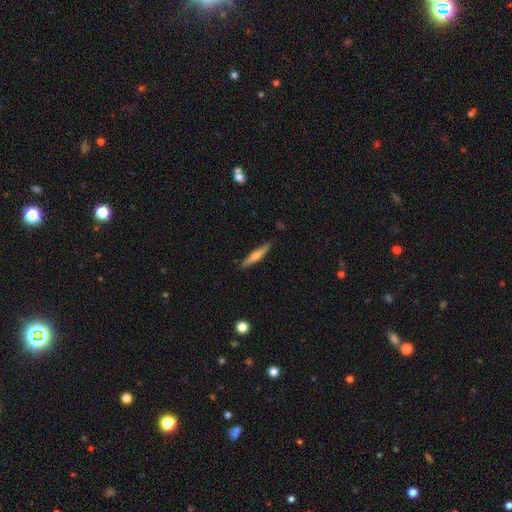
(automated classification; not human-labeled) Smooth or featured?
  - featured or disk: 47% * (tied)
  - smooth: 47% * (tied)
  - star or artifact: 6%
Merging?
  - none: 90% *
  - minor disturbance: 8%
  - major disturbance: 2%
  - merger: 1%